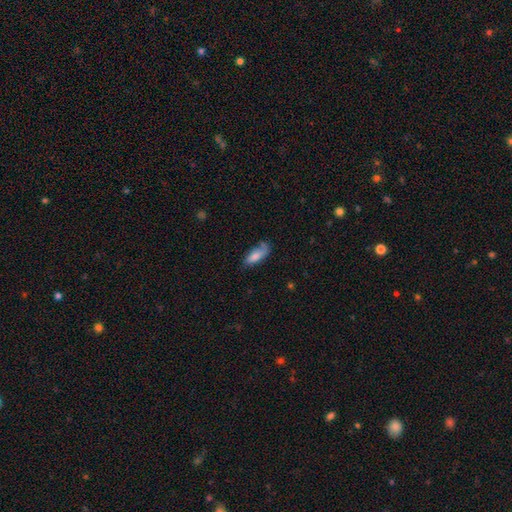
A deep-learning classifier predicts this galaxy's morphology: A smooth galaxy with no disk features (75%) that is in between round and cigar-shaped (71%).

Vote fractions:
- Smooth or featured? smooth: 75% / featured or disk: 18% / star or artifact: 7%
- How rounded? in between: 71% / cigar-shaped: 27% / round: 2%
- Merging? none: 53% / minor disturbance: 30% / major disturbance: 12% / merger: 5%